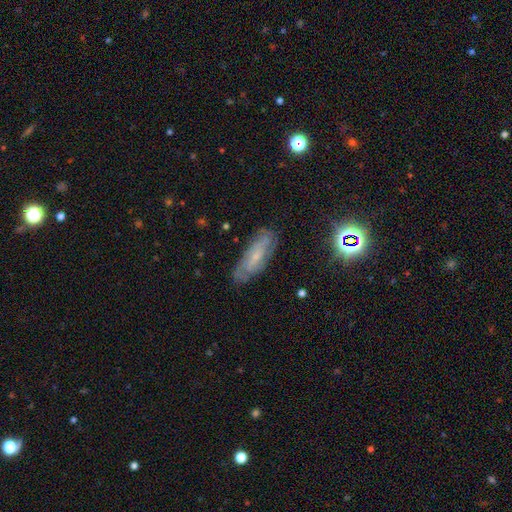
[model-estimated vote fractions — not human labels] Q: Smooth or featured?
A: featured or disk (59%); runner-up: smooth (28%)
Q: Edge-on disk?
A: no (80%); runner-up: yes (20%)
Q: Merging?
A: none (74%); runner-up: minor disturbance (19%)